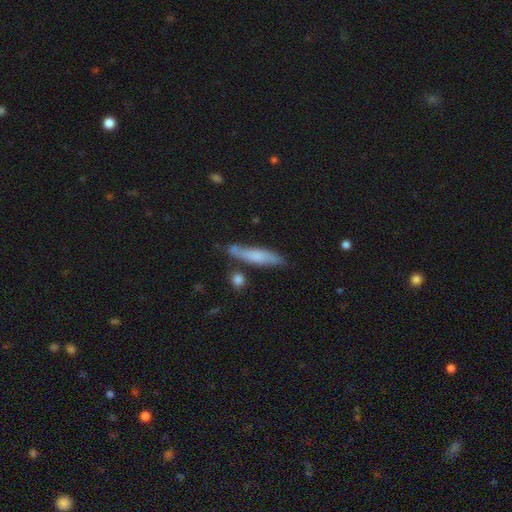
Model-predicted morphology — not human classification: Smooth or featured?
  - smooth: 62% *
  - featured or disk: 31%
  - star or artifact: 7%
How rounded?
  - cigar-shaped: 84% *
  - in between: 14%
  - round: 2%
Merging?
  - none: 71% *
  - minor disturbance: 19%
  - merger: 6%
  - major disturbance: 4%